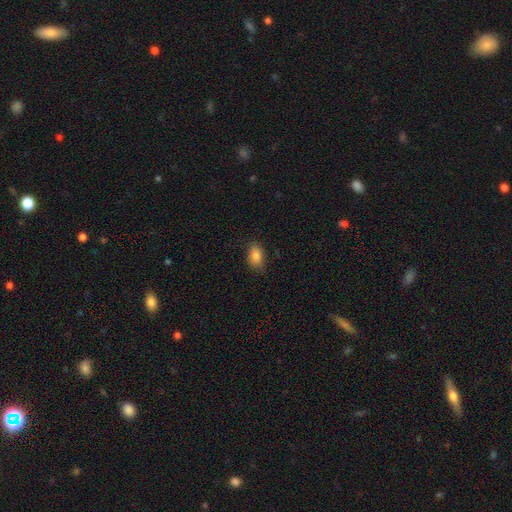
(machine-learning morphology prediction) Overall: smooth (84%). How rounded: in between (86%). Merging: none (79%).